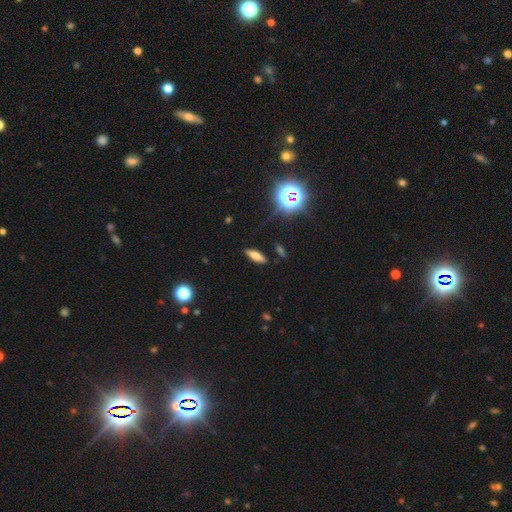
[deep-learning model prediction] This appears to be a smooth galaxy with no disk features (57%) that is in between round and cigar-shaped (52%). Merging: none (86%).